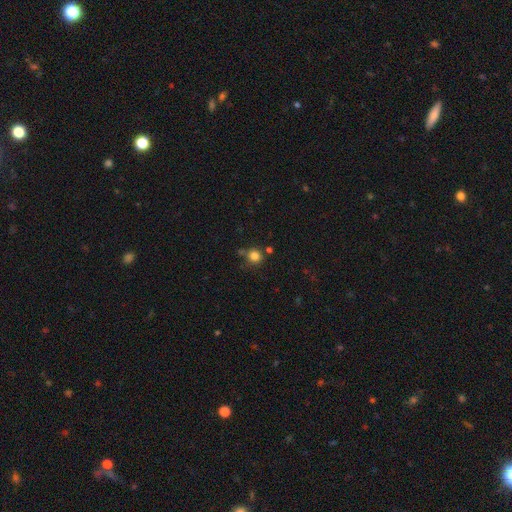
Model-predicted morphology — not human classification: Smooth or featured: smooth — 81% (star or artifact — 13%)
How rounded: round — 91% (in between — 8%)
Merging: none — 74% (minor disturbance — 13%)